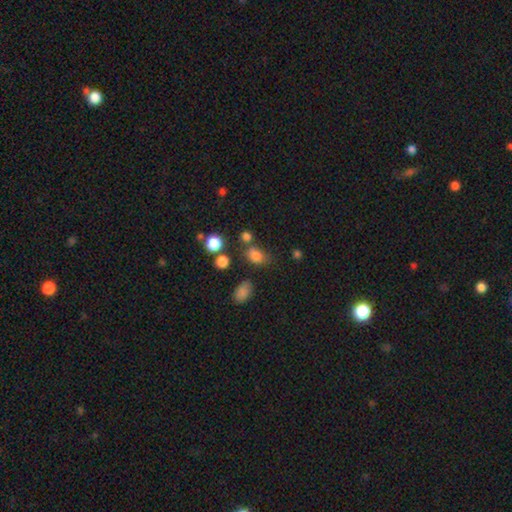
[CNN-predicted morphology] Q: Smooth or featured?
A: smooth (77%); runner-up: star or artifact (15%)
Q: How rounded?
A: in between (65%); runner-up: round (33%)
Q: Merging?
A: none (62%); runner-up: minor disturbance (18%)